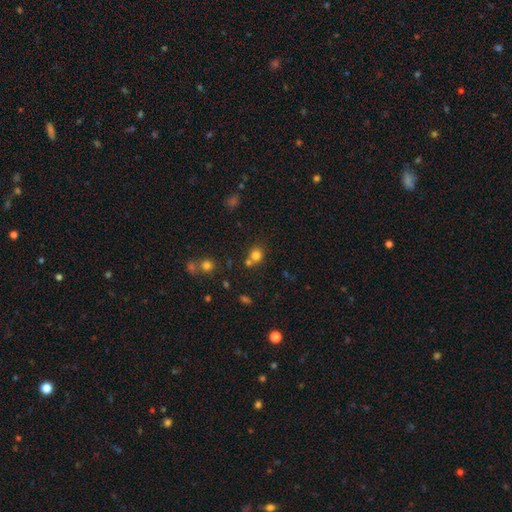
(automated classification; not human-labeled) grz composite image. It shows a smooth galaxy with no disk features (78%) that is round (83%). Merging: none (59%).